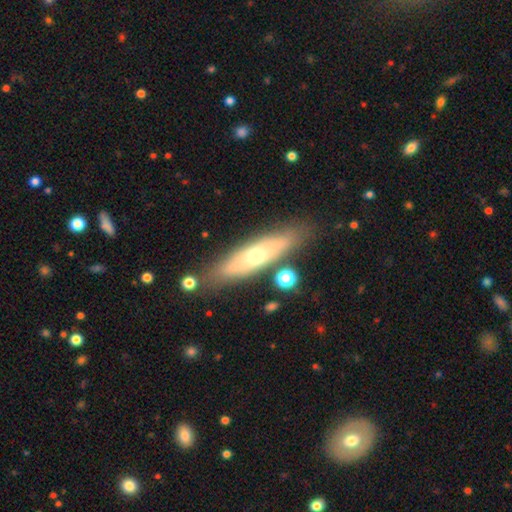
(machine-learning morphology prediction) This appears to be a featured or disk galaxy (49%). Merging: none (80%).